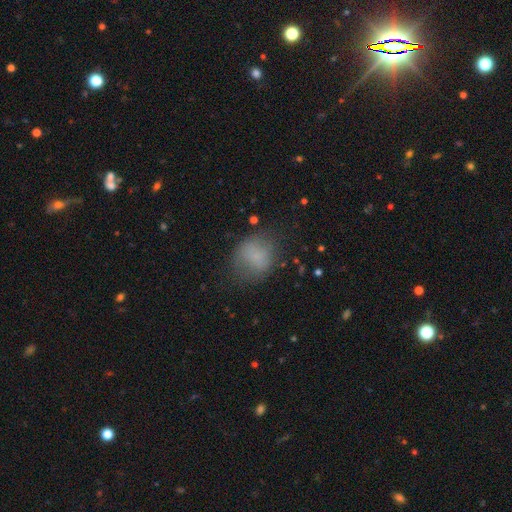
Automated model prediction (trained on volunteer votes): Morphology: type=smooth (75%); roundness=round (66%); merging=none (61%).